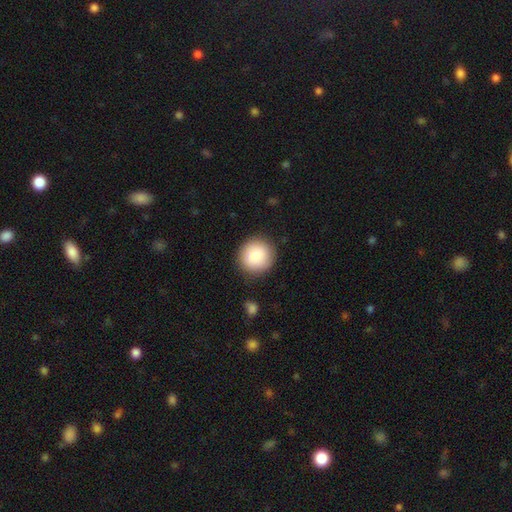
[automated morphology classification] The model was most divided on "smooth or featured": smooth: 83%, featured or disk: 10%, star or artifact: 7%. More confident: how rounded — round (93%); merging — none (88%).